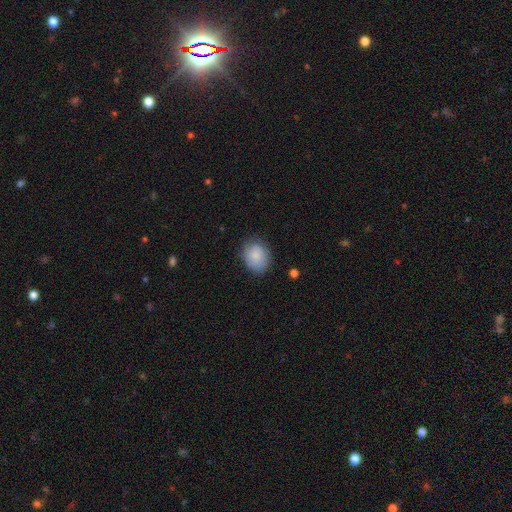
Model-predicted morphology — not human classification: Q: Smooth or featured?
A: smooth (85%); runner-up: featured or disk (8%)
Q: How rounded?
A: round (52%); runner-up: in between (47%)
Q: Merging?
A: none (78%); runner-up: minor disturbance (17%)